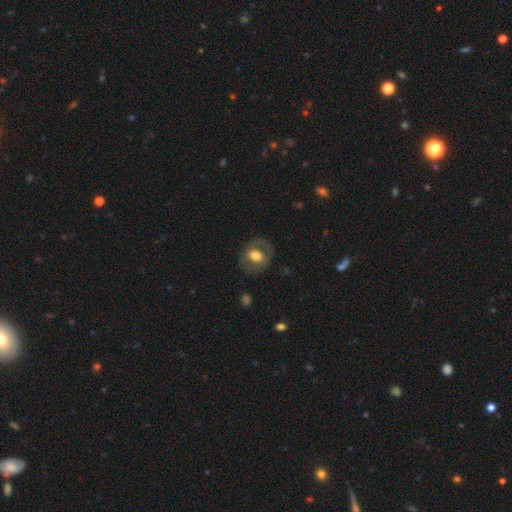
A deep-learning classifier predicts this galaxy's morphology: Overall: smooth (50%; featured or disk 43%). Merging: none (75%).